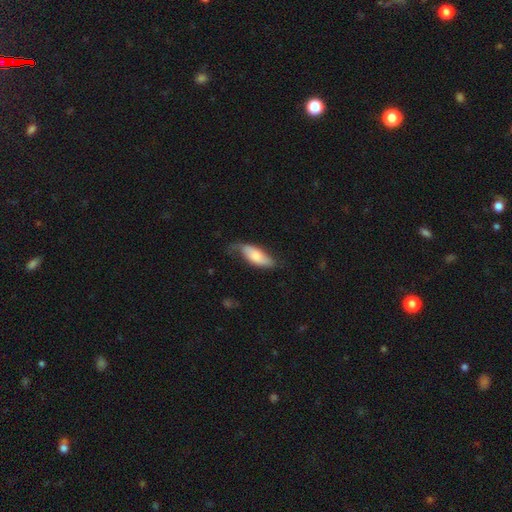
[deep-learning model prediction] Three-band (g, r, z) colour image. It shows a smooth galaxy with no disk features (65%) that is in between round and cigar-shaped (75%). Merging: none (48%).